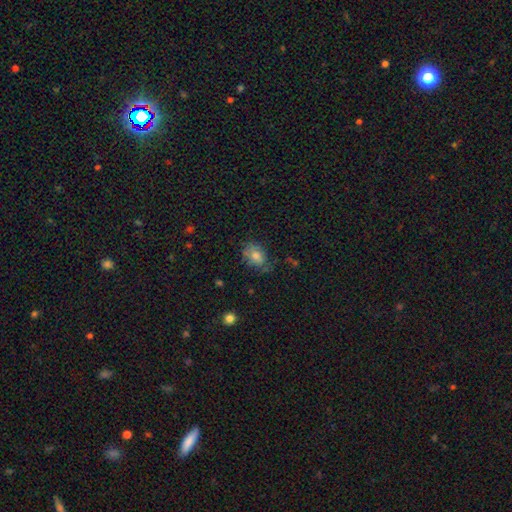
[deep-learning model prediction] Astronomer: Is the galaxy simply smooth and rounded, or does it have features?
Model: smooth — 69%.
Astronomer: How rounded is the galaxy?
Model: in between — 72%.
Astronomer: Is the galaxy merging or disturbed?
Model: none — 63%.